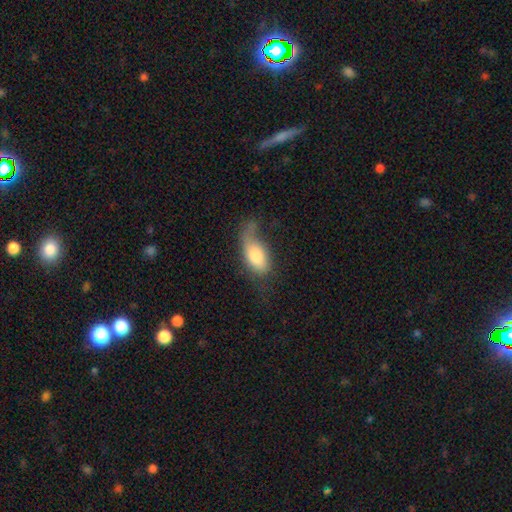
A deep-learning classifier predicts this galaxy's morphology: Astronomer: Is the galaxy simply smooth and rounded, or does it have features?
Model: smooth — 73%.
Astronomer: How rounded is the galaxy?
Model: in between — 88%.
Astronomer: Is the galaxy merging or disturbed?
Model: none — 35% (runner-up: minor disturbance, 31%).